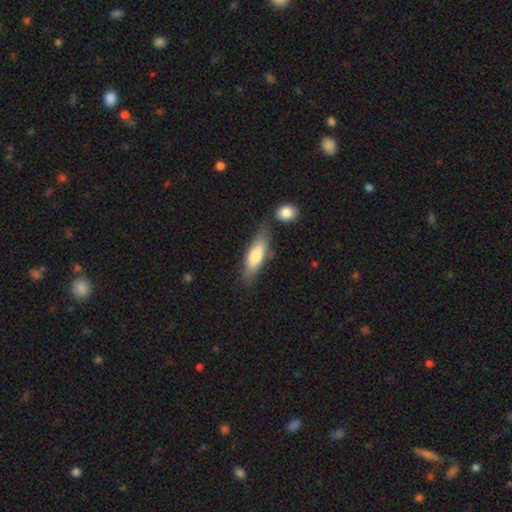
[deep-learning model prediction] Smooth or featured? Predicted: smooth (p=0.70). How rounded? Predicted: in between (p=0.51). Merging? Predicted: none (p=0.63).